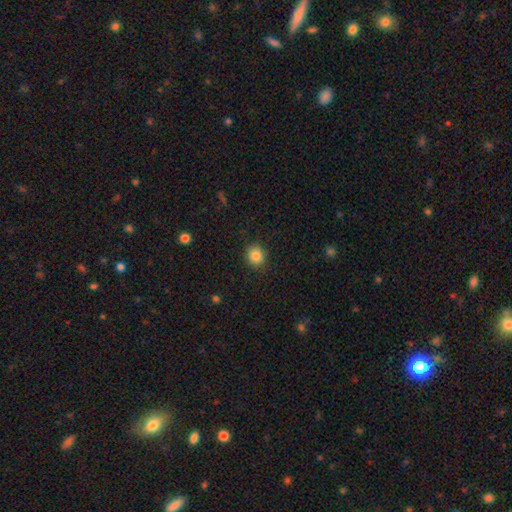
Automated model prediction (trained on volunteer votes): smooth 85%, star or artifact 10%, featured or disk 5%. Down the decision tree: how rounded — round (81%); merging — none (89%).